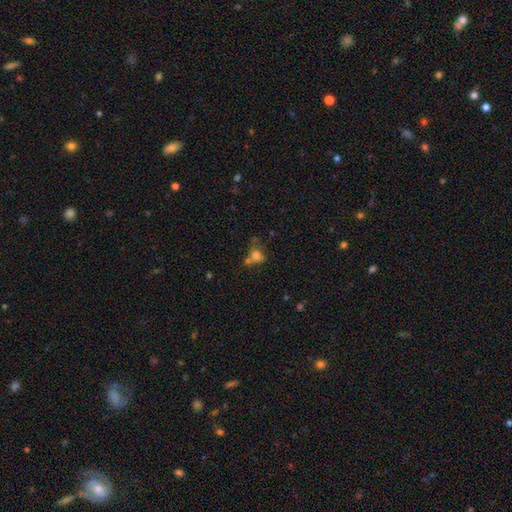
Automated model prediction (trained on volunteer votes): A smooth galaxy with no disk features (71%) that is round (52%). Merging: merger (38%).